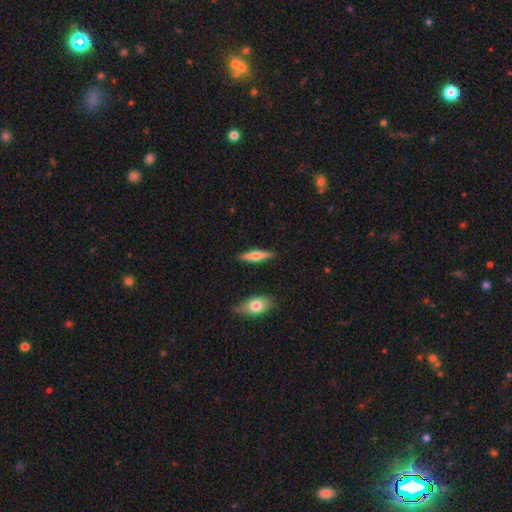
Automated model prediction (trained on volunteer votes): smooth-or-featured: featured or disk: 49% | smooth: 46% | star or artifact: 6%
  merging: none: 89% | minor disturbance: 7% | merger: 2% | major disturbance: 2%